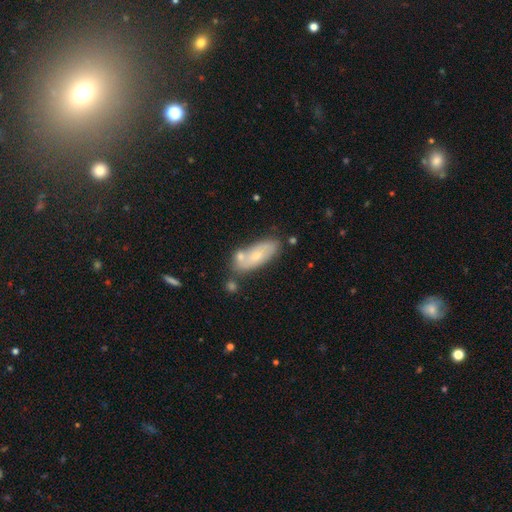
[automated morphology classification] The model was most divided on "smooth or featured": smooth: 53%, featured or disk: 40%, star or artifact: 7%. More confident: how rounded — in between (72%); merging — none (61%).